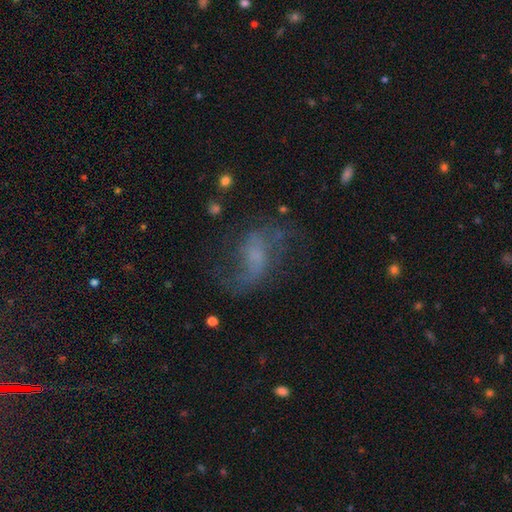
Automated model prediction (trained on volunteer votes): Smooth or featured?
  - featured or disk: 68% *
  - smooth: 19%
  - star or artifact: 12%
Edge-on disk?
  - no: 96% *
  - yes: 4%
Bar?
  - no: 47% *
  - weak: 41%
  - strong: 12%
Spiral arms?
  - yes: 86% *
  - no: 14%
Spiral winding?
  - loose: 63% *
  - medium: 30%
  - tight: 7%
Spiral arm count?
  - 2: 83% *
  - 1: 6%
  - can't tell: 6%
  - 3: 2%
  - 4: 1%
  - more than 4: 1%
Bulge size?
  - none: 38% *
  - small: 34%
  - moderate: 20%
  - large: 7%
  - dominant: 2%
Merging?
  - none: 58% *
  - major disturbance: 21%
  - minor disturbance: 18%
  - merger: 2%